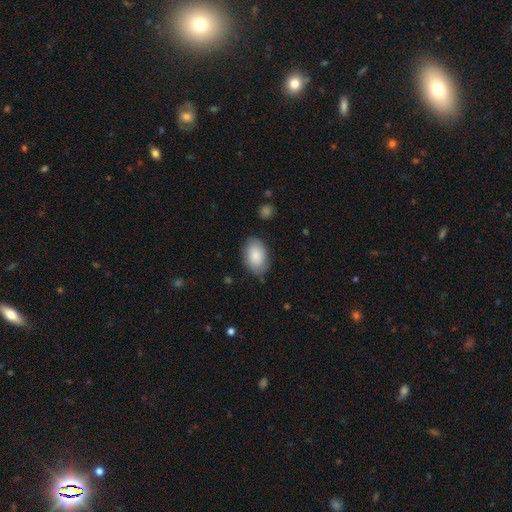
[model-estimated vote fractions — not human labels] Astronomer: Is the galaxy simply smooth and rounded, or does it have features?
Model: smooth — 86%.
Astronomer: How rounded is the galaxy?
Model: in between — 90%.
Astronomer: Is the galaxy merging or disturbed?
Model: none — 79%.